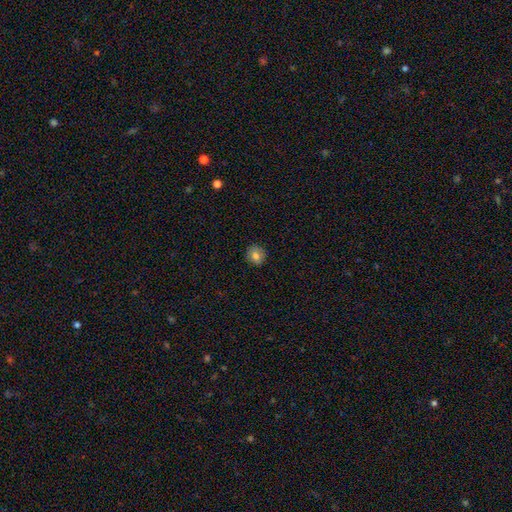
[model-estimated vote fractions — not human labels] Smooth or featured?
  - smooth: 80% *
  - star or artifact: 10%
  - featured or disk: 10%
How rounded?
  - round: 86% *
  - in between: 13%
  - cigar-shaped: 1%
Merging?
  - none: 89% *
  - minor disturbance: 8%
  - major disturbance: 2%
  - merger: 1%